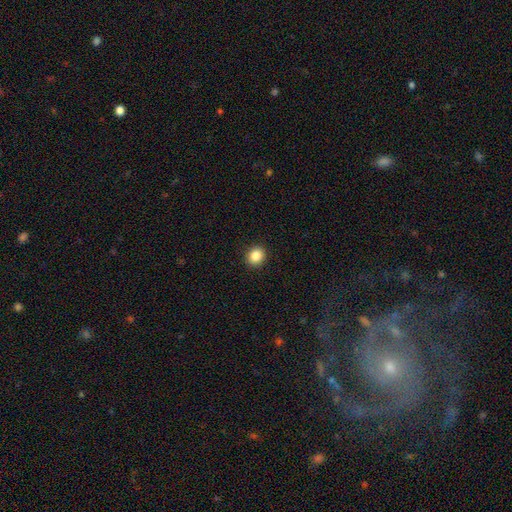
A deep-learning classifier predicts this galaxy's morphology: The model was most divided on "how rounded": round: 74%, in between: 25%, cigar-shaped: 1%. More confident: merging — none (92%); smooth or featured — smooth (87%).